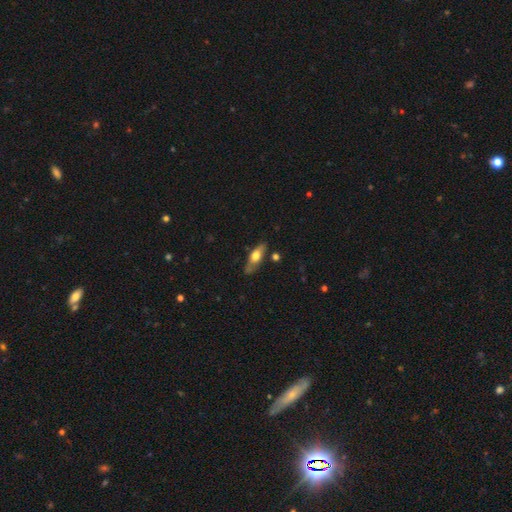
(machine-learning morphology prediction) This is possibly a smooth galaxy (52%). How rounded: possibly in between (58%). Merging: likely none (76%).